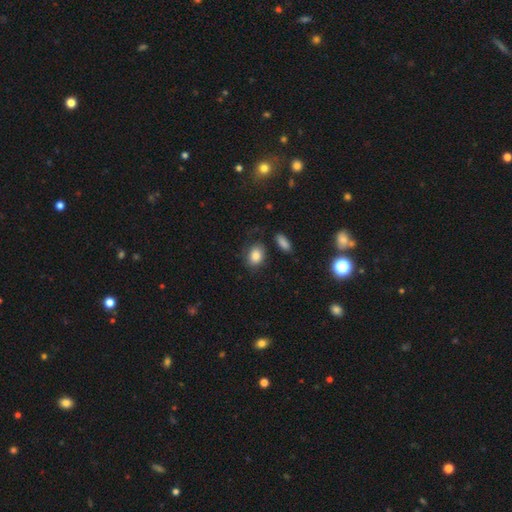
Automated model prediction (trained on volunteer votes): Smooth or featured: smooth — 84% (star or artifact — 8%)
How rounded: in between — 67% (round — 31%)
Merging: none — 72% (minor disturbance — 18%)